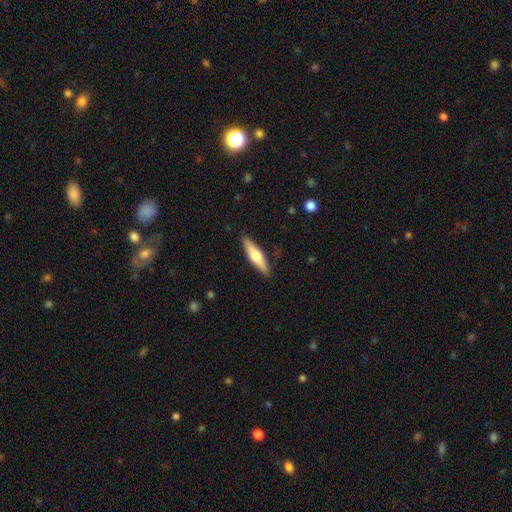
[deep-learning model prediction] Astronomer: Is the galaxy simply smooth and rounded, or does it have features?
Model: smooth — 53% (runner-up: featured or disk, 41%).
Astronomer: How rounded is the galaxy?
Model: cigar-shaped — 72%.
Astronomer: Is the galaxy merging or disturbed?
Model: none — 88%.